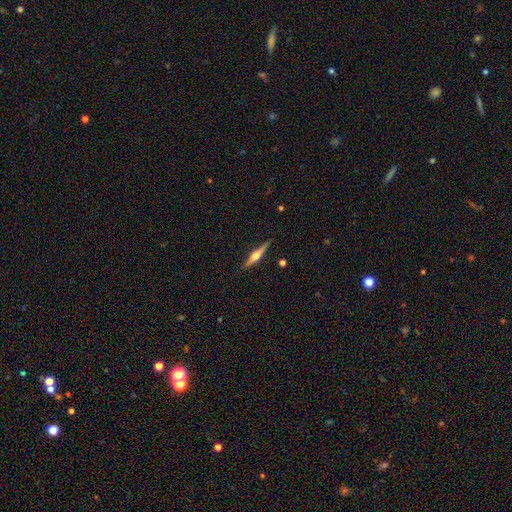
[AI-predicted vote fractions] Smooth or featured?
  - featured or disk: 73% *
  - smooth: 21%
  - star or artifact: 6%
Edge-on disk?
  - yes: 98% *
  - no: 2%
Edge-on bulge?
  - rounded: 93% *
  - boxy: 4%
  - none: 3%
Merging?
  - none: 89% *
  - minor disturbance: 8%
  - major disturbance: 2%
  - merger: 1%